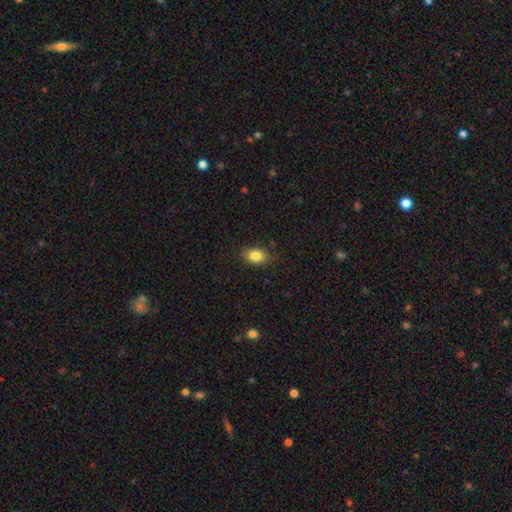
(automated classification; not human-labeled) Smooth or featured: smooth — 84% (star or artifact — 9%)
How rounded: in between — 81% (round — 17%)
Merging: none — 85% (minor disturbance — 12%)